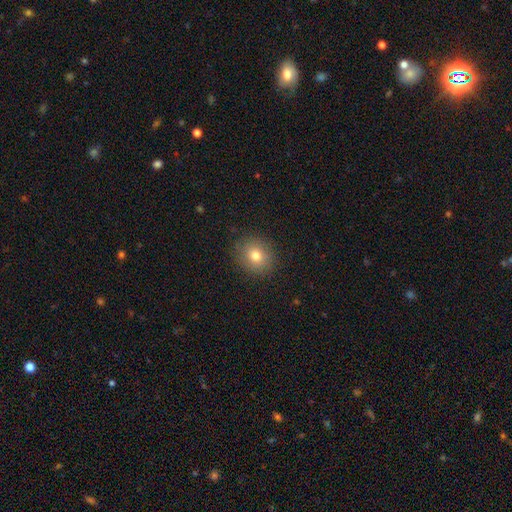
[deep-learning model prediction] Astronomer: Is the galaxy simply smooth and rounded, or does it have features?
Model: smooth — 77%.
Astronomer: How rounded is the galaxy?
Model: round — 74%.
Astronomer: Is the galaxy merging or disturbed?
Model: none — 87%.